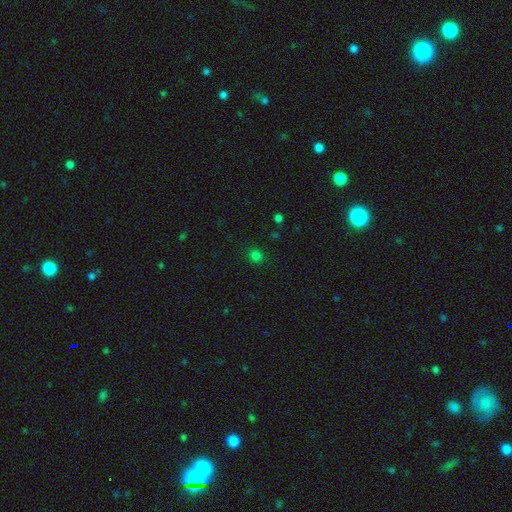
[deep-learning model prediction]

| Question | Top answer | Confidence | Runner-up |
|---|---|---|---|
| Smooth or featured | smooth | 77% | star or artifact (19%) |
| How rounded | round | 80% | in between (19%) |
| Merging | none | 88% | minor disturbance (8%) |